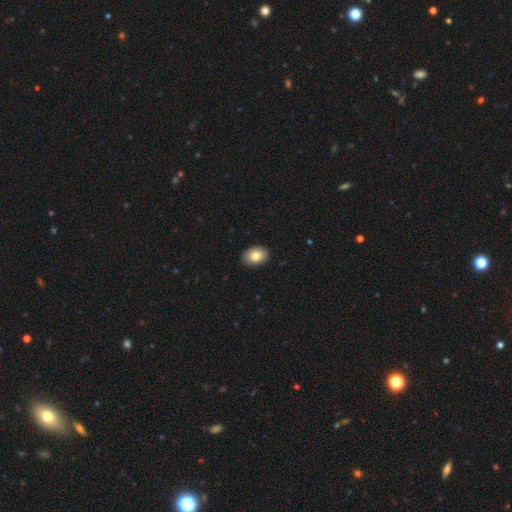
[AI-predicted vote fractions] A smooth galaxy with no disk features (81%) that is in between round and cigar-shaped (78%). Merging: none (87%).